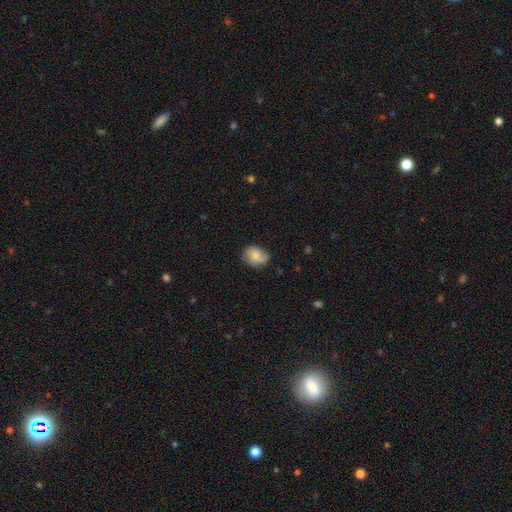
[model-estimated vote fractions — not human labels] Overall: smooth (69%). How rounded: in between (60%; round 39%). Merging: none (70%).